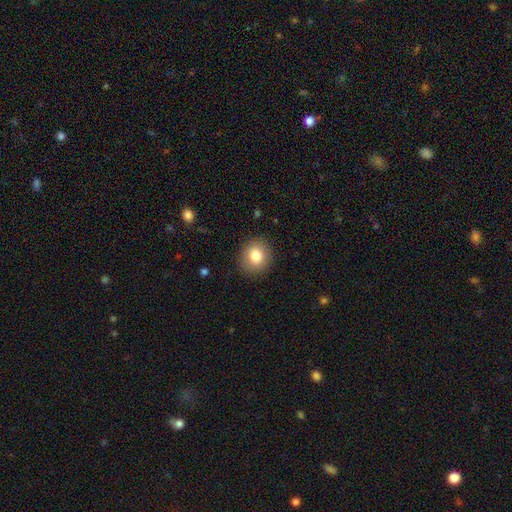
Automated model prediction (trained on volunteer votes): Smooth or featured? smooth (83%)
How rounded? round (77%)
Merging? none (89%)